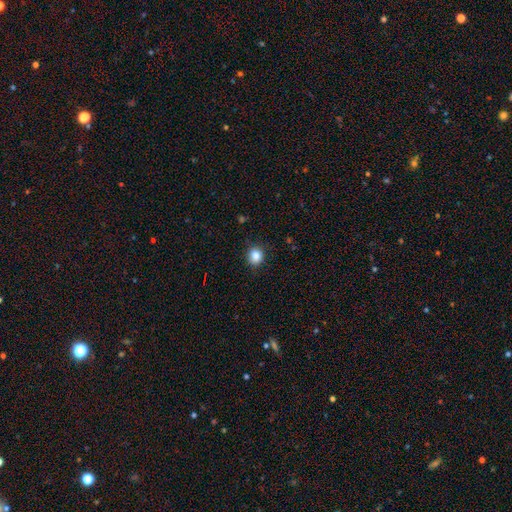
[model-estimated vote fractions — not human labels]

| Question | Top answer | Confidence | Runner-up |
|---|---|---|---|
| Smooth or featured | smooth | 86% | star or artifact (10%) |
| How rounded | round | 76% | in between (24%) |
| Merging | none | 88% | minor disturbance (9%) |